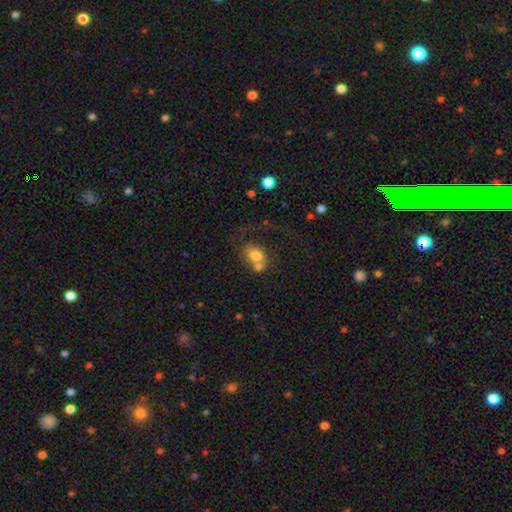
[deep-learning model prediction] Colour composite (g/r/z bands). It shows a smooth galaxy with no disk features (67%) that is round (53%). Merging: merger (44%).